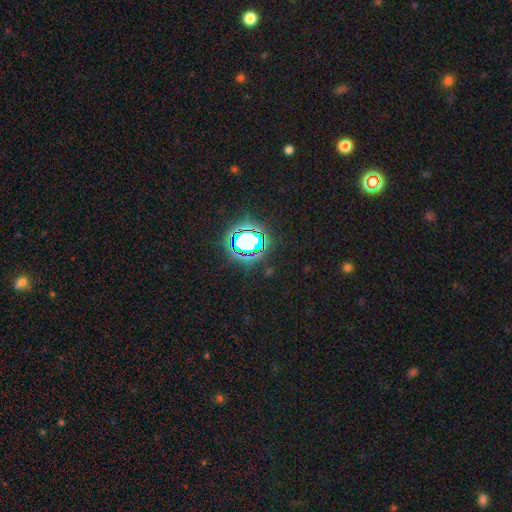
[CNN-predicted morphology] smooth_or_featured: star or artifact (p=0.81) [alt: smooth p=0.13]